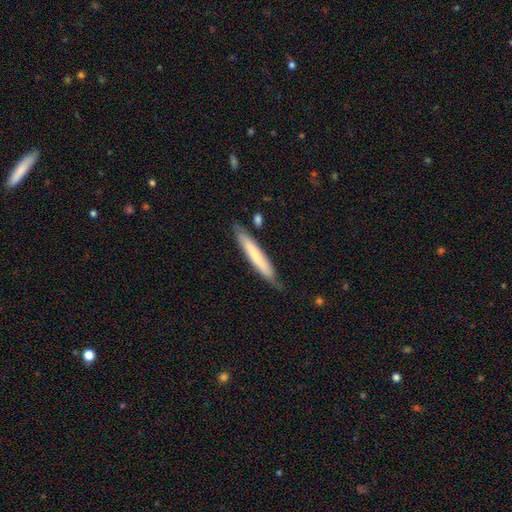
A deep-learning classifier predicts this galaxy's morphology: smooth 59%, featured or disk 36%, star or artifact 5%. Down the decision tree: how rounded — cigar-shaped (93%); merging — none (76%).